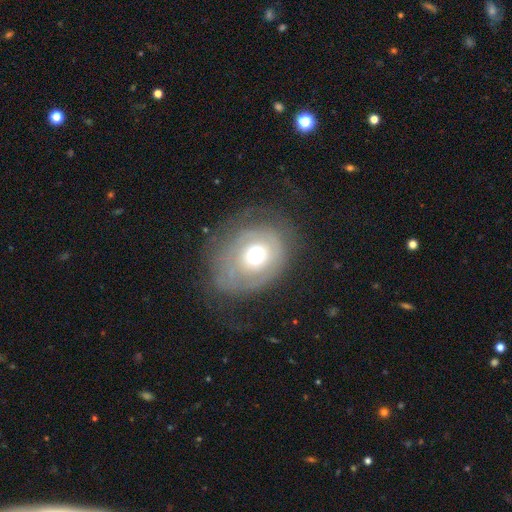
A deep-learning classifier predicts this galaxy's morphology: The model was most divided on "smooth or featured": featured or disk: 50%, smooth: 39%, star or artifact: 11%. More confident: edge-on disk — no (96%); merging — none (51%).